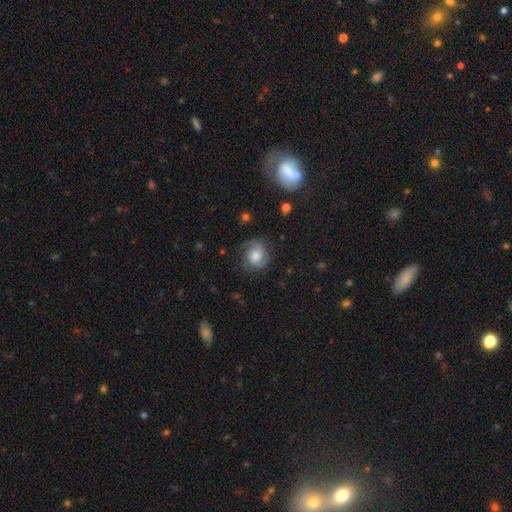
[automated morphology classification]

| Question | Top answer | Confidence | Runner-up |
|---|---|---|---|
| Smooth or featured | featured or disk | 47% | smooth (43%) |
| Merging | none | 71% | minor disturbance (19%) |